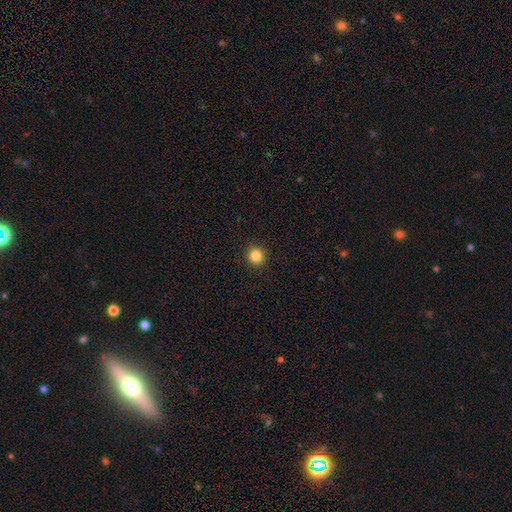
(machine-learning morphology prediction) smooth 85%, star or artifact 11%, featured or disk 4%. Down the decision tree: how rounded — round (90%); merging — none (92%).